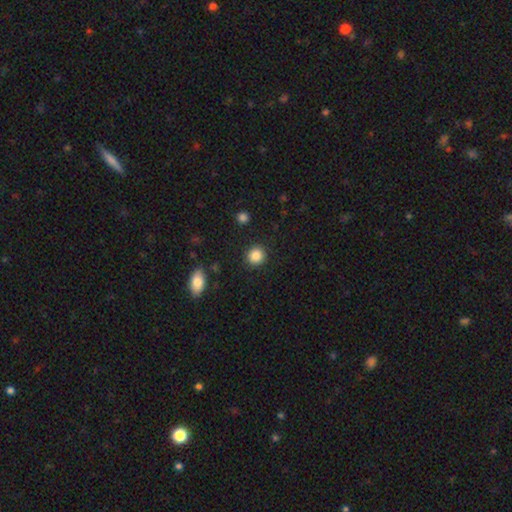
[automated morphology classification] smooth-or-featured: smooth: 87% | star or artifact: 9% | featured or disk: 4%
  how-rounded: round: 89% | in between: 10% | cigar-shaped: 1%
  merging: none: 91% | minor disturbance: 6% | major disturbance: 2% | merger: 1%